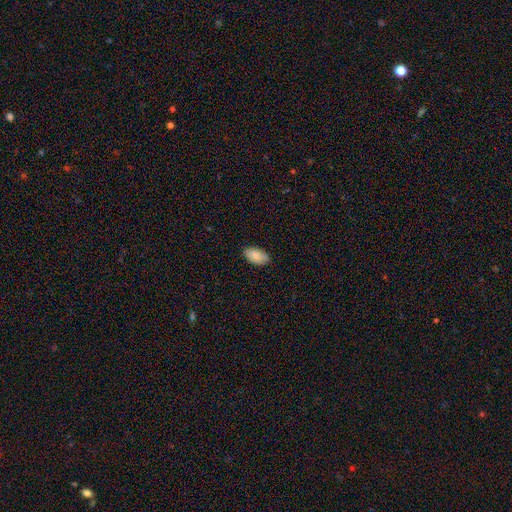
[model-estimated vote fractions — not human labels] Smooth or featured?
  - smooth: 88% *
  - star or artifact: 6%
  - featured or disk: 6%
How rounded?
  - in between: 95% *
  - round: 3%
  - cigar-shaped: 2%
Merging?
  - none: 85% *
  - minor disturbance: 12%
  - major disturbance: 2%
  - merger: 1%